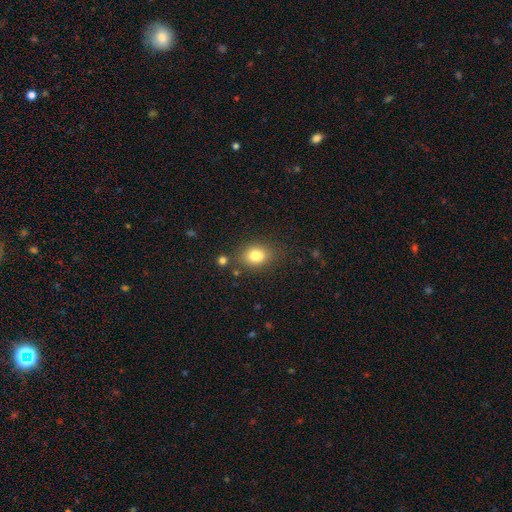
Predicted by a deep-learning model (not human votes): Smooth or featured? smooth (80%)
How rounded? in between (58%)
Merging? none (67%)